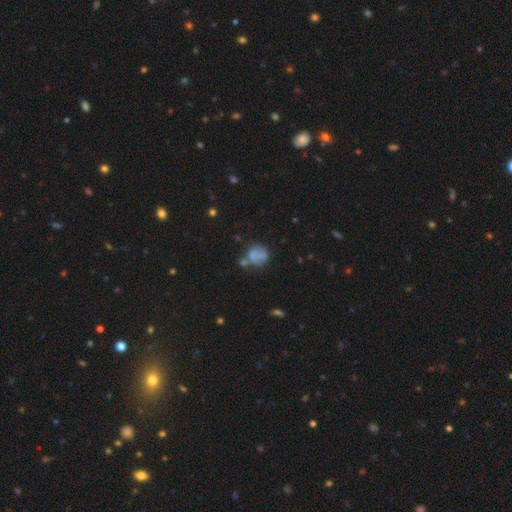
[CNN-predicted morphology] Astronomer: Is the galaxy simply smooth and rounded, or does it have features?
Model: smooth — 64%.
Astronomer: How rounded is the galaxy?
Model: round — 64%.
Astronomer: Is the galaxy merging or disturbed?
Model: none — 38% (runner-up: merger, 24%).